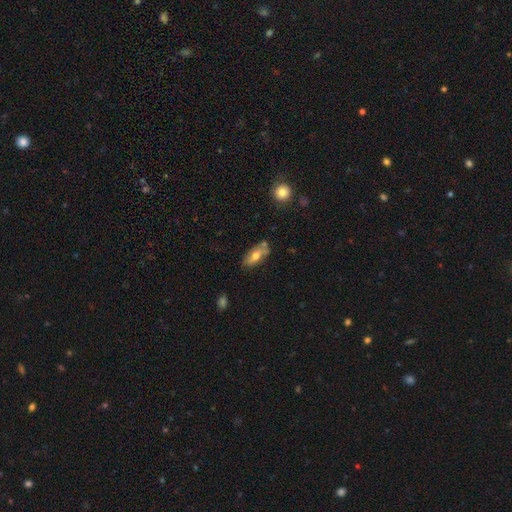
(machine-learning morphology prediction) This is likely a smooth galaxy (62%). How rounded: clearly in between (83%). Merging: likely none (64%).